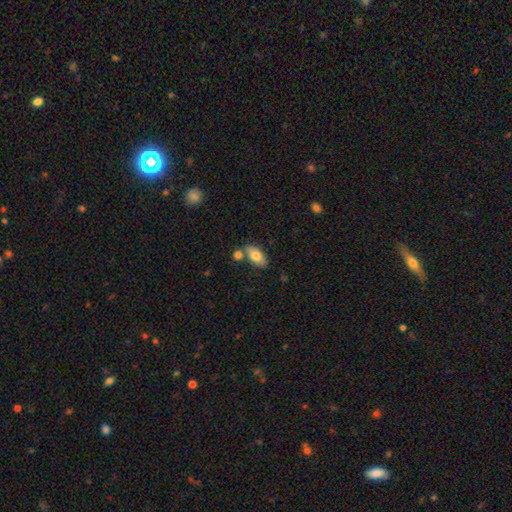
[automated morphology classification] Q: Smooth or featured?
A: smooth (76%); runner-up: featured or disk (17%)
Q: How rounded?
A: in between (90%); runner-up: cigar-shaped (6%)
Q: Merging?
A: none (65%); runner-up: merger (18%)